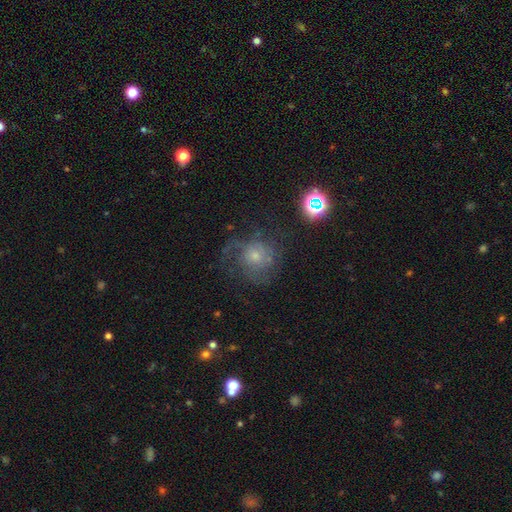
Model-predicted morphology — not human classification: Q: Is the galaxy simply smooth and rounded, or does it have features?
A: featured or disk — 54%.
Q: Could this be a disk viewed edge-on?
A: no — 97%.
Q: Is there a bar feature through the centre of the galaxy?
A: no — 81%.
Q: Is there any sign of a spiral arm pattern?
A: yes — 79%.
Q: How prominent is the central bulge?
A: small — 50%.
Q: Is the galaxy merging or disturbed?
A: none — 54%.